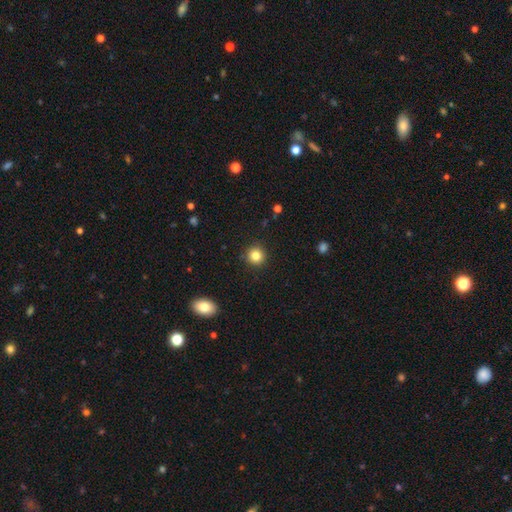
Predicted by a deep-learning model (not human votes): The model was most divided on "smooth or featured": smooth: 83%, star or artifact: 11%, featured or disk: 5%. More confident: how rounded — round (93%); merging — none (91%).